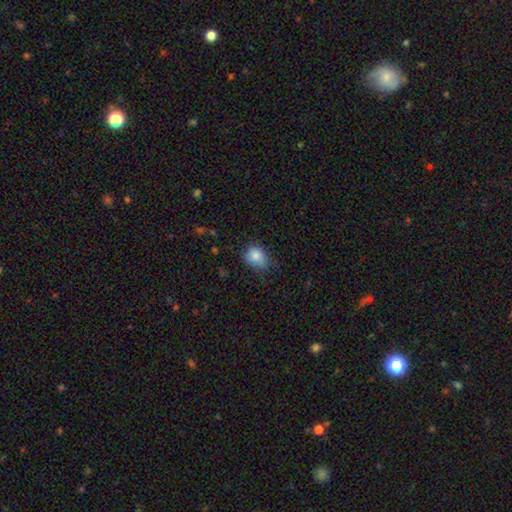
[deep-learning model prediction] smooth-or-featured: smooth: 82% | star or artifact: 10% | featured or disk: 8%
  how-rounded: in between: 51% | round: 48% | cigar-shaped: 1%
  merging: none: 61% | minor disturbance: 31% | major disturbance: 7% | merger: 2%